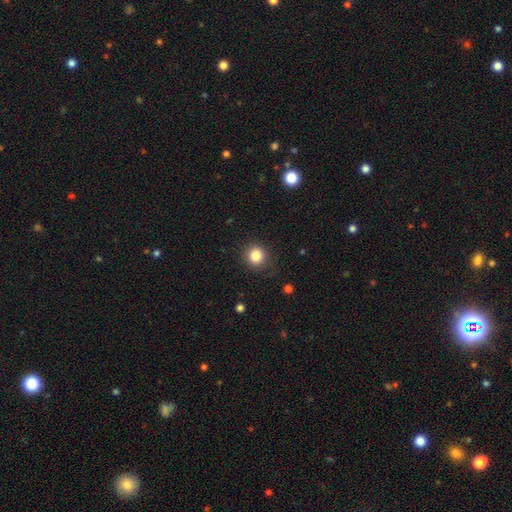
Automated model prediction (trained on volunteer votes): Overall: smooth (84%). How rounded: round (90%). Merging: none (86%).